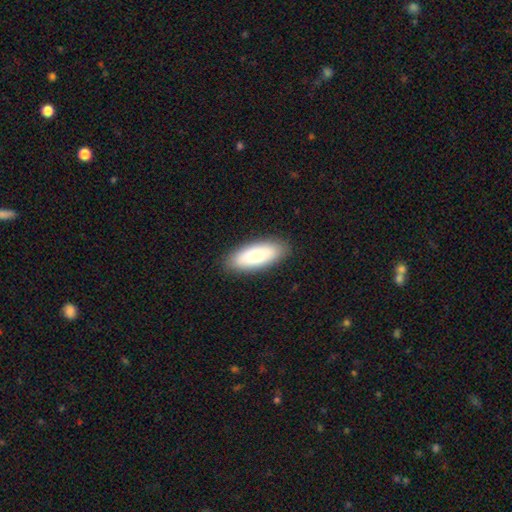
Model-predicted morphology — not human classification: A smooth galaxy with no disk features (79%) that is in between round and cigar-shaped (80%).

Vote fractions:
- Smooth or featured? smooth: 79% / featured or disk: 15% / star or artifact: 6%
- How rounded? in between: 80% / cigar-shaped: 18% / round: 2%
- Merging? none: 87% / minor disturbance: 10% / major disturbance: 2% / merger: 1%